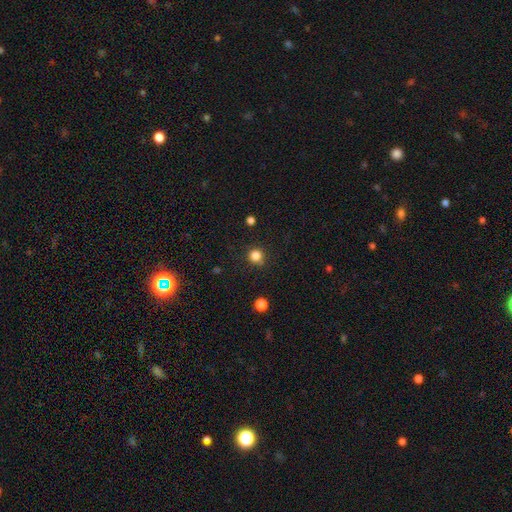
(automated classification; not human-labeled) Overall: smooth (82%). How rounded: round (94%). Merging: none (86%).